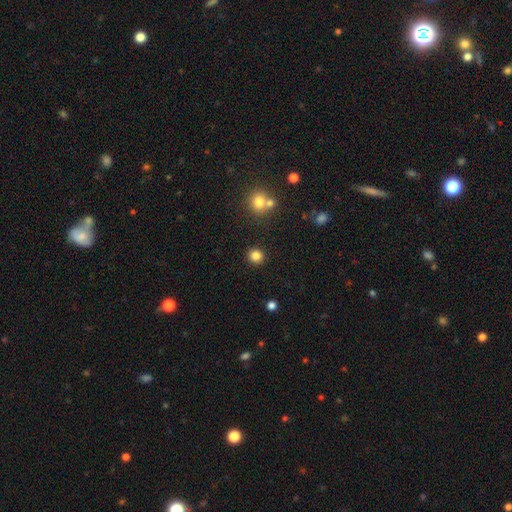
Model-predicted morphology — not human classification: Smooth or featured?
  - smooth: 84% *
  - star or artifact: 12%
  - featured or disk: 4%
How rounded?
  - round: 88% *
  - in between: 11%
  - cigar-shaped: 1%
Merging?
  - none: 89% *
  - minor disturbance: 6%
  - merger: 3%
  - major disturbance: 2%